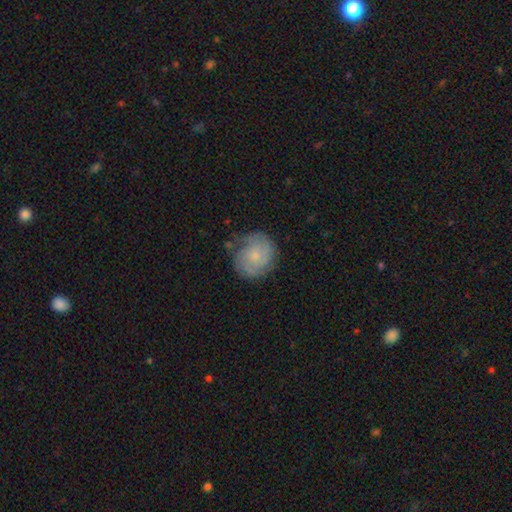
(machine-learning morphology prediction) The model was most divided on "smooth or featured": featured or disk: 52%, smooth: 41%, star or artifact: 7%. More confident: edge-on disk — no (98%); spiral arms — yes (86%); bar — no (78%); merging — none (69%); bulge size — small (64%).